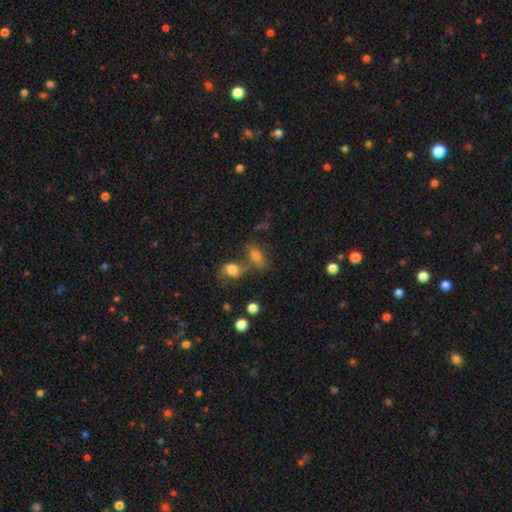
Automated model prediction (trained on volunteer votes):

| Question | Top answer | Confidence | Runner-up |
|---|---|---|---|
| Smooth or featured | smooth | 65% | featured or disk (20%) |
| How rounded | in between | 77% | round (14%) |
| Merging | none | 42% | merger (36%) |